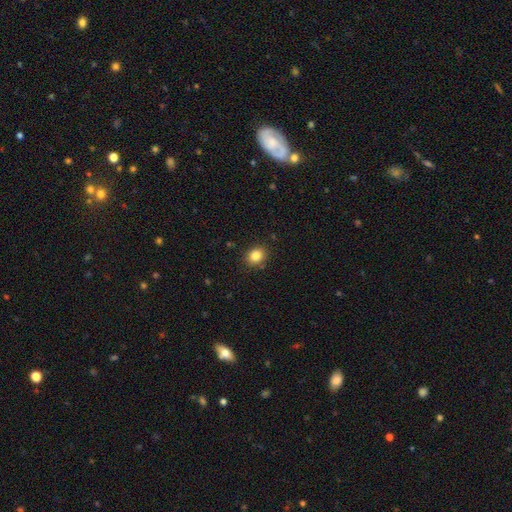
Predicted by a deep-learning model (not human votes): Q: Smooth or featured?
A: smooth (84%); runner-up: star or artifact (10%)
Q: How rounded?
A: round (57%); runner-up: in between (42%)
Q: Merging?
A: none (87%); runner-up: minor disturbance (9%)